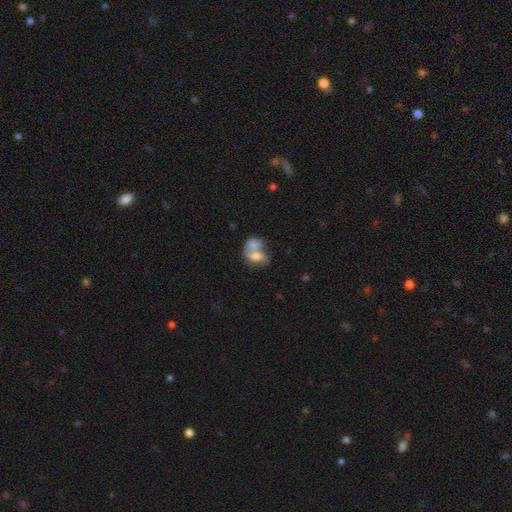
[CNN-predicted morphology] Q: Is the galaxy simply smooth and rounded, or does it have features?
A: smooth — 62%.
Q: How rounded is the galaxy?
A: in between — 76%.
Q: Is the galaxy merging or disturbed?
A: merger — 67%.